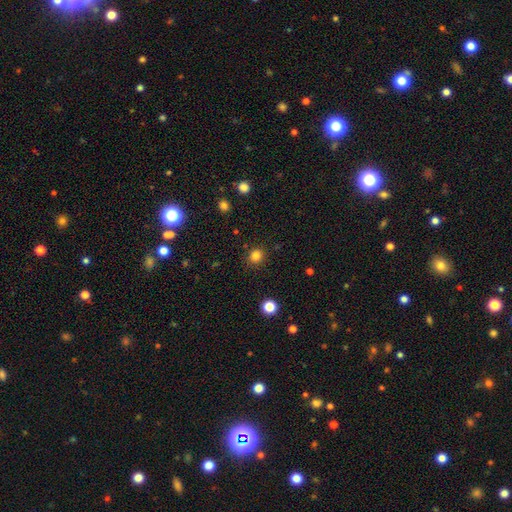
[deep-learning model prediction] Q: Smooth or featured?
A: smooth (83%); runner-up: star or artifact (13%)
Q: How rounded?
A: round (86%); runner-up: in between (13%)
Q: Merging?
A: none (90%); runner-up: minor disturbance (7%)